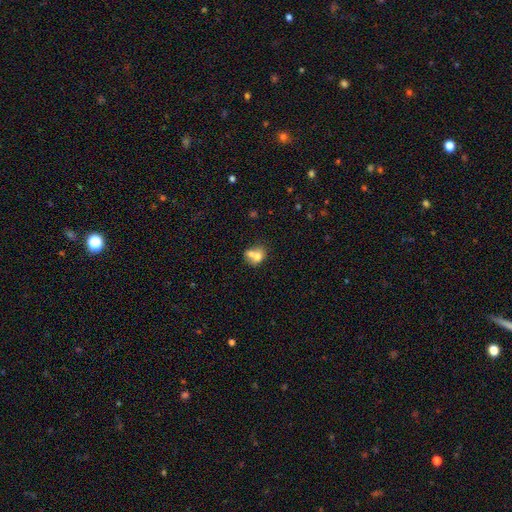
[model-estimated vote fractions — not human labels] The model was most divided on "how rounded": round: 52%, in between: 47%, cigar-shaped: 1%. More confident: smooth or featured — smooth (67%); merging — merger (61%).